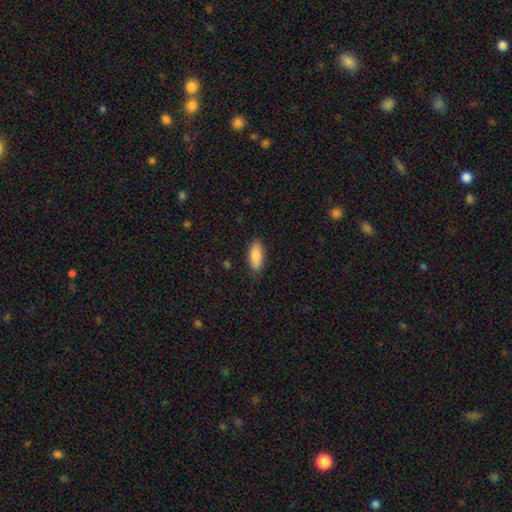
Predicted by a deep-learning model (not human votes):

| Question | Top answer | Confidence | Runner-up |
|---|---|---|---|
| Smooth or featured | smooth | 86% | featured or disk (8%) |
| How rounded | in between | 81% | cigar-shaped (17%) |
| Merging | none | 84% | minor disturbance (12%) |